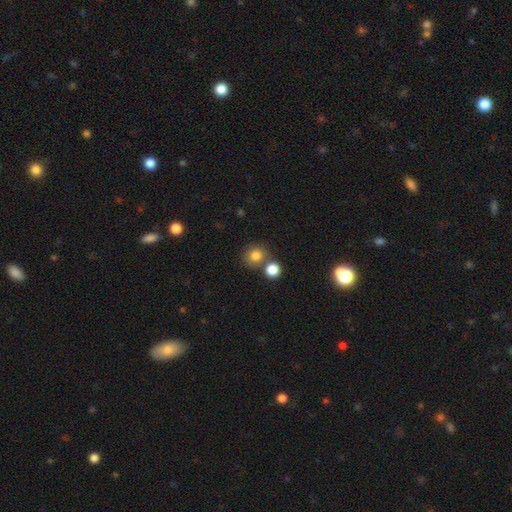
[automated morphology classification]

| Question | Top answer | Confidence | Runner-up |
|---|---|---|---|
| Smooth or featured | smooth | 81% | star or artifact (11%) |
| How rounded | round | 85% | in between (14%) |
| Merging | none | 62% | merger (24%) |